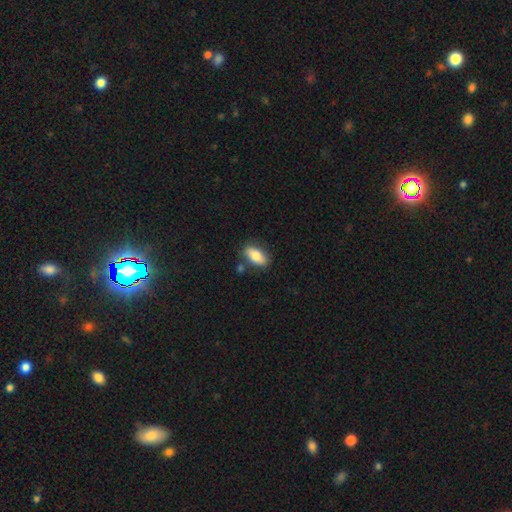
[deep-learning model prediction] Smooth or featured? Predicted: smooth (p=0.79). How rounded? Predicted: in between (p=0.87). Merging? Predicted: none (p=0.76).